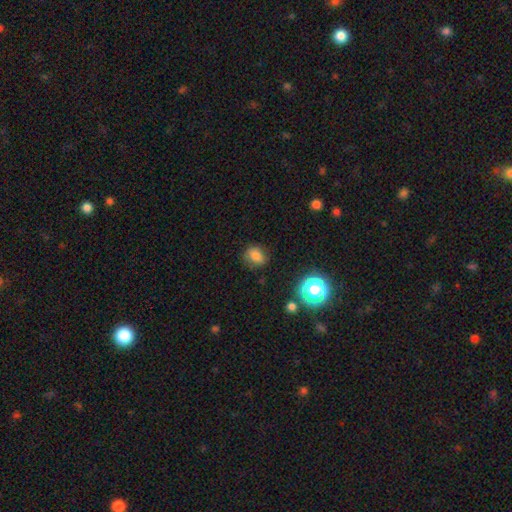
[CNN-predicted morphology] A smooth galaxy with no disk features (77%) that is round (51%).

Vote fractions:
- Smooth or featured? smooth: 77% / star or artifact: 15% / featured or disk: 8%
- How rounded? round: 51% / in between: 47% / cigar-shaped: 1%
- Merging? none: 78% / minor disturbance: 16% / major disturbance: 4% / merger: 2%